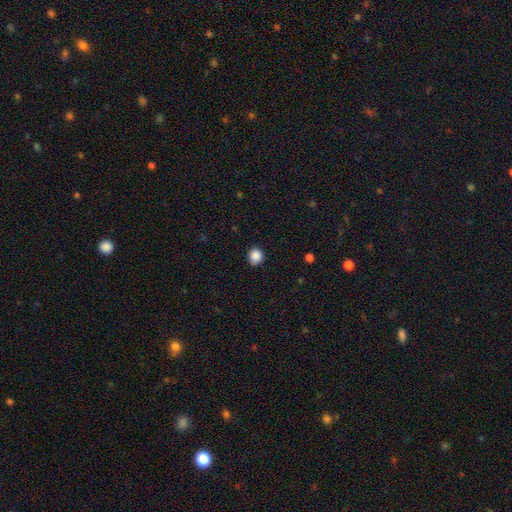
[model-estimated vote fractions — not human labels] The model was most divided on "how rounded": round: 85%, in between: 14%, cigar-shaped: 1%. More confident: smooth or featured — smooth (88%); merging — none (86%).